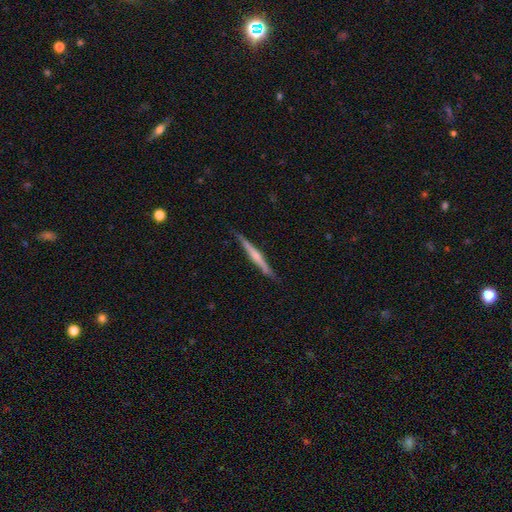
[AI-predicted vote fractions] A featured or disk galaxy (62%) viewed edge-on (98%) with a rounded central bulge (50%). Merging: none (87%).